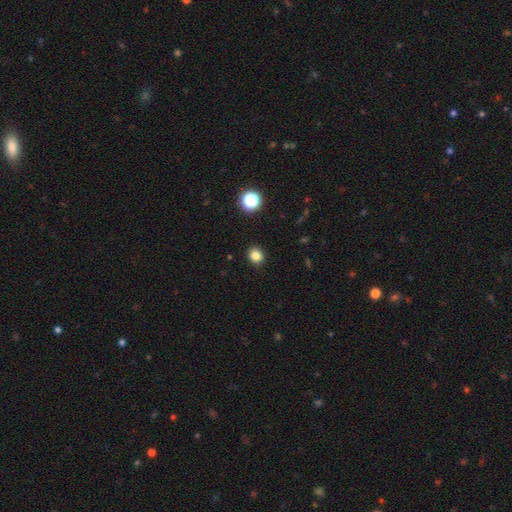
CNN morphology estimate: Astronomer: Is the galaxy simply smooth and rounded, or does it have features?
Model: smooth — 82%.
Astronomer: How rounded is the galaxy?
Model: round — 79%.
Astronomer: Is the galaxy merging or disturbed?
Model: none — 91%.